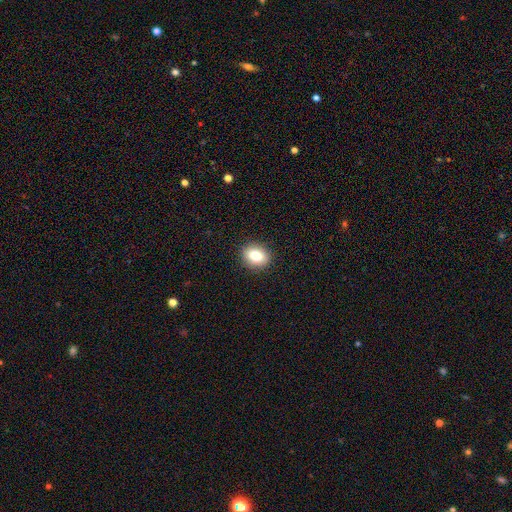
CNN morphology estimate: A smooth galaxy with no disk features (79%) that is round (53%).

Vote fractions:
- Smooth or featured? smooth: 79% / featured or disk: 11% / star or artifact: 10%
- How rounded? round: 53% / in between: 46% / cigar-shaped: 1%
- Merging? none: 91% / minor disturbance: 6% / major disturbance: 2% / merger: 1%